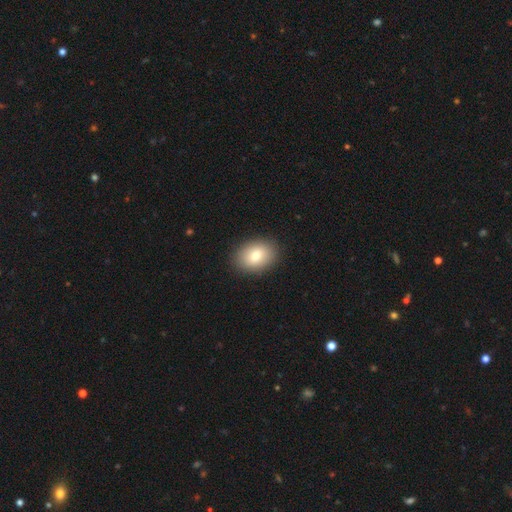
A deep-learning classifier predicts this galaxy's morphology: A smooth galaxy with no disk features (80%) that is in between round and cigar-shaped (74%).

Vote fractions:
- Smooth or featured? smooth: 80% / featured or disk: 12% / star or artifact: 8%
- How rounded? in between: 74% / round: 25% / cigar-shaped: 1%
- Merging? none: 89% / minor disturbance: 8% / major disturbance: 2% / merger: 1%